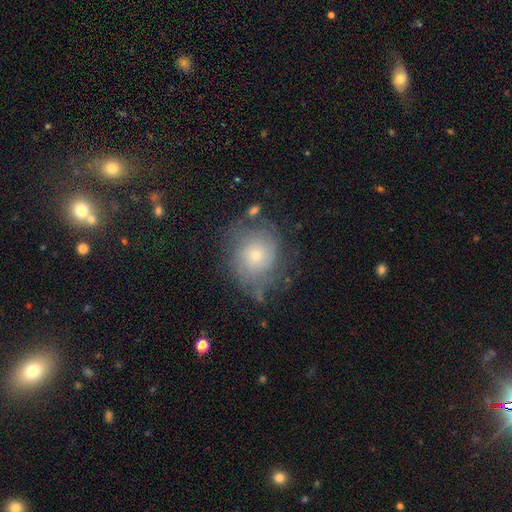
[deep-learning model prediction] This is possibly a featured or disk galaxy (53%). It is clearly not viewed edge-on (97%). Bar: clearly no (84%). Spiral arm pattern: likely yes (76%). Central bulge: likely small (63%). Merging: possibly none (60%).